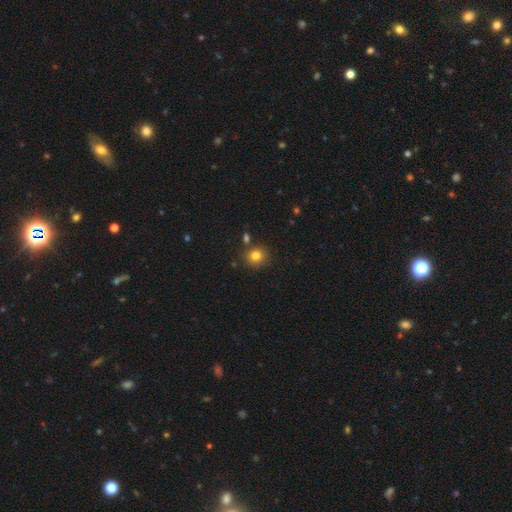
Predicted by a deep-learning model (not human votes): This appears to be a smooth galaxy with no disk features (81%) that is round (84%). Merging: none (80%).